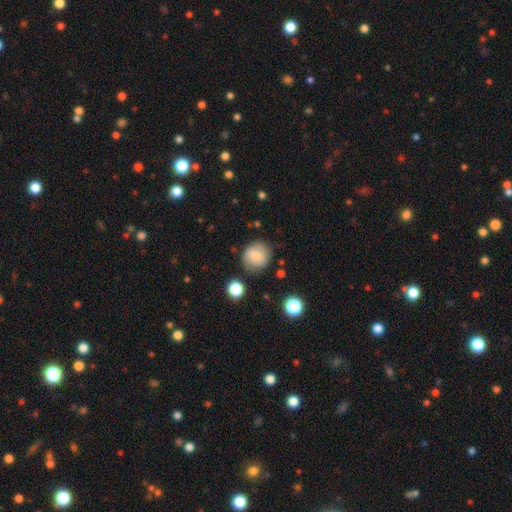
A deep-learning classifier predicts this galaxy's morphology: The model was most divided on "smooth or featured": smooth: 74%, featured or disk: 17%, star or artifact: 9%. More confident: how rounded — round (88%); merging — none (78%).